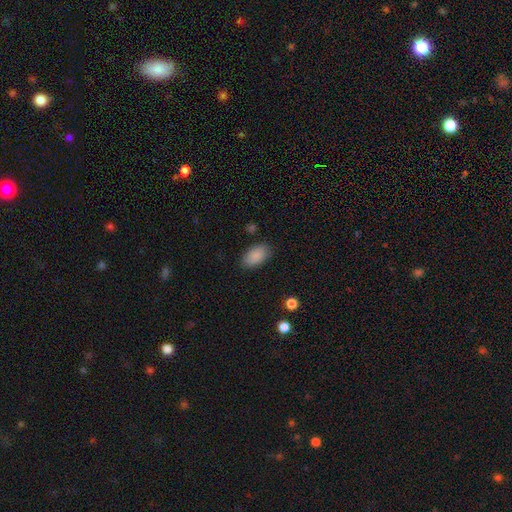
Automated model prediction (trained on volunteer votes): Smooth or featured? Predicted: smooth (p=0.88). How rounded? Predicted: in between (p=0.94). Merging? Predicted: none (p=0.85).